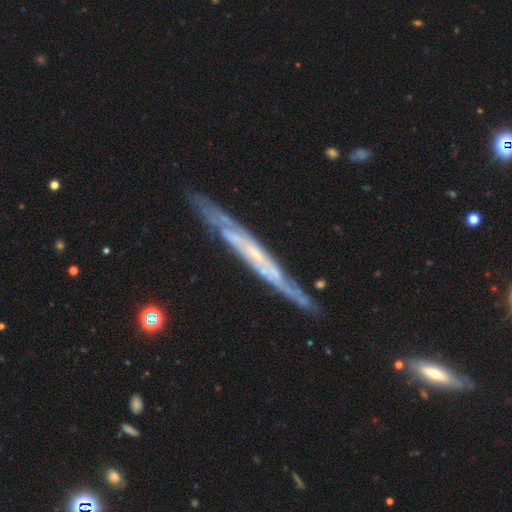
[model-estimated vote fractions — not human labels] smooth-or-featured: featured or disk: 79% | smooth: 16% | star or artifact: 6%
  disk-edge-on: yes: 79% | no: 21%
    edge-on-bulge: none: 73% | rounded: 22% | boxy: 5%
  merging: none: 79% | minor disturbance: 16% | major disturbance: 3% | merger: 2%